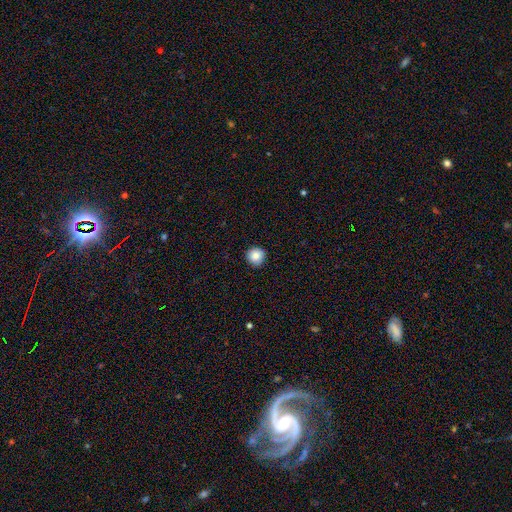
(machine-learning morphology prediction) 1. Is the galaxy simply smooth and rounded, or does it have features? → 84% smooth, 9% star or artifact, 7% featured or disk.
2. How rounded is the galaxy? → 95% round, 4% in between, 1% cigar-shaped.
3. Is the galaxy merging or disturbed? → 91% none, 7% minor disturbance, 2% major disturbance, 1% merger.